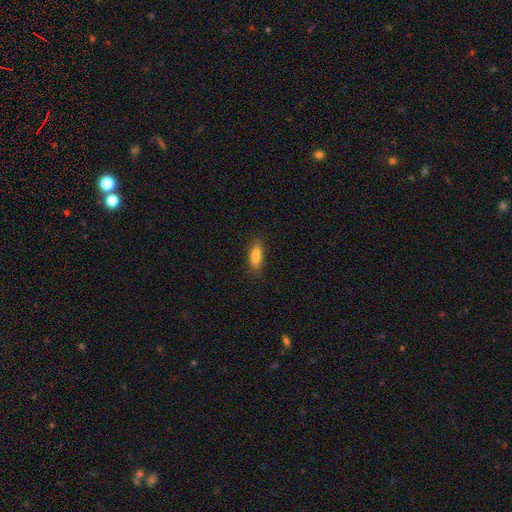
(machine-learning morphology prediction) Smooth or featured?
  - smooth: 82% *
  - featured or disk: 11%
  - star or artifact: 8%
How rounded?
  - in between: 64% *
  - cigar-shaped: 33%
  - round: 3%
Merging?
  - none: 82% *
  - minor disturbance: 14%
  - major disturbance: 3%
  - merger: 1%